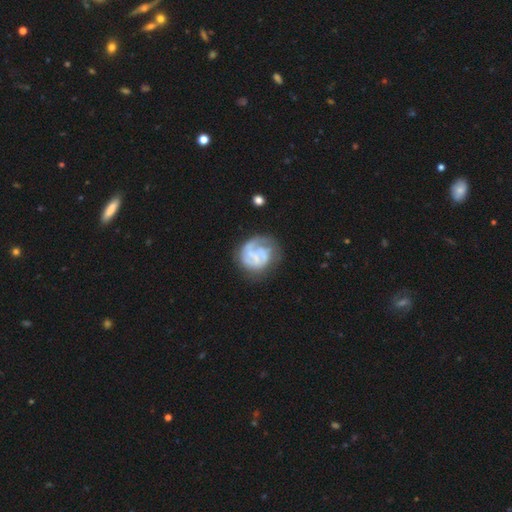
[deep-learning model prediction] This appears to be a featured or disk galaxy (73%) with no bar (63%), 2 (29%) tight (46%) spiral arms (85%) and no central bulge (56%). Merging: none (53%).